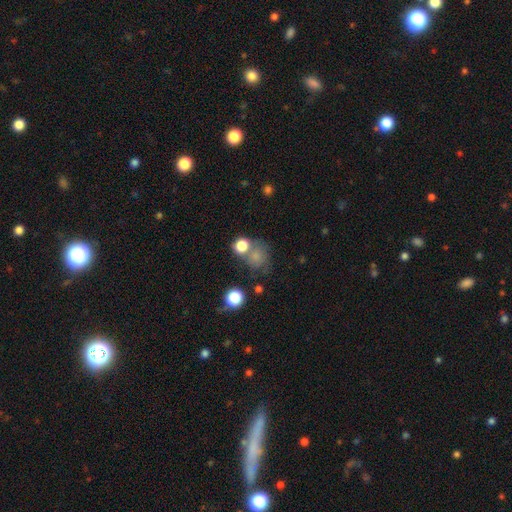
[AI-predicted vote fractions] Overall: smooth (73%). How rounded: round (73%). Merging: none (46%; merger 26%).